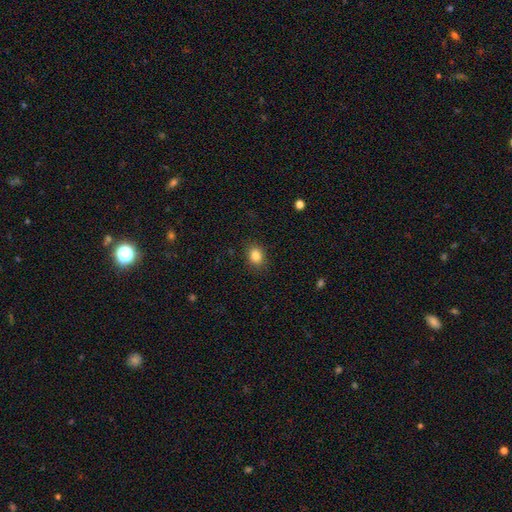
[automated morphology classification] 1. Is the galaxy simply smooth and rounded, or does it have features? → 85% smooth, 10% star or artifact, 5% featured or disk.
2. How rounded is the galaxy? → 52% round, 47% in between, 1% cigar-shaped.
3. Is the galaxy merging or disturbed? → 87% none, 9% minor disturbance, 3% major disturbance, 1% merger.